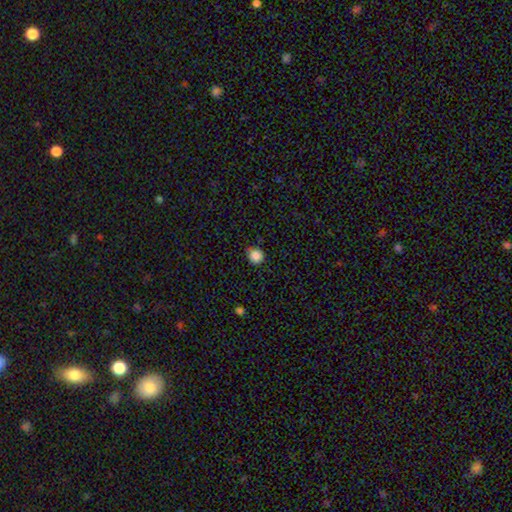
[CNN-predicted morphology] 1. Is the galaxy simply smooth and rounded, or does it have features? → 86% smooth, 11% star or artifact, 4% featured or disk.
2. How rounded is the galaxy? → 89% round, 10% in between, 1% cigar-shaped.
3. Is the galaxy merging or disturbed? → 76% none, 20% minor disturbance, 3% major disturbance, 1% merger.